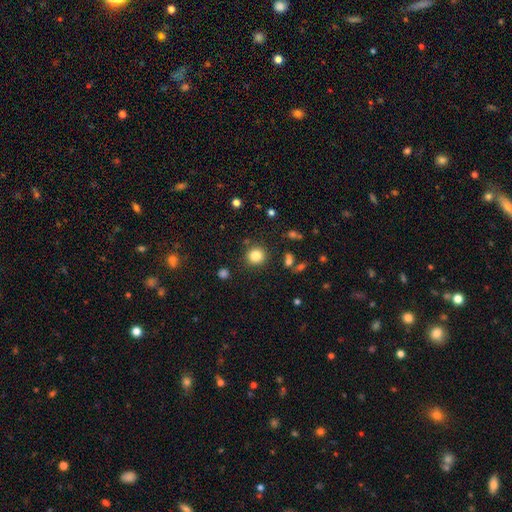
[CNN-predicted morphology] The model was most divided on "smooth or featured": smooth: 83%, star or artifact: 12%, featured or disk: 6%. More confident: how rounded — round (90%); merging — none (87%).